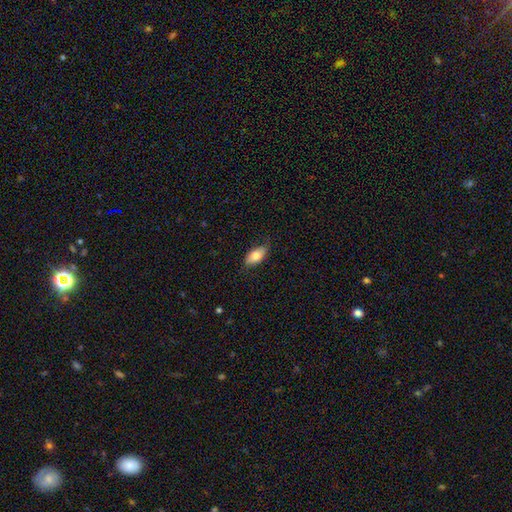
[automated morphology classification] smooth-or-featured: smooth: 78% | featured or disk: 15% | star or artifact: 6%
  how-rounded: in between: 90% | cigar-shaped: 7% | round: 3%
  merging: none: 79% | minor disturbance: 17% | major disturbance: 3% | merger: 1%